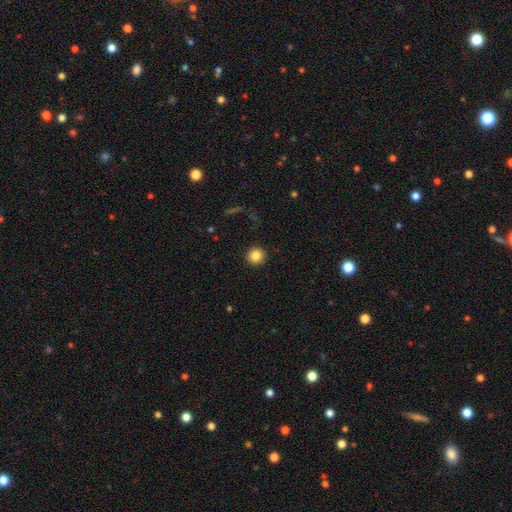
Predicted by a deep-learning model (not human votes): A smooth galaxy with no disk features (84%) that is round (95%). Merging: none (93%).